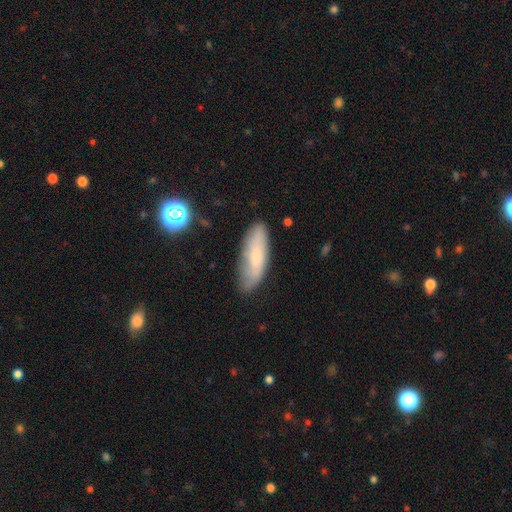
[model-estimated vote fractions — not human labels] Q: Smooth or featured?
A: smooth (66%); runner-up: featured or disk (25%)
Q: How rounded?
A: in between (55%); runner-up: cigar-shaped (43%)
Q: Merging?
A: none (74%); runner-up: minor disturbance (20%)